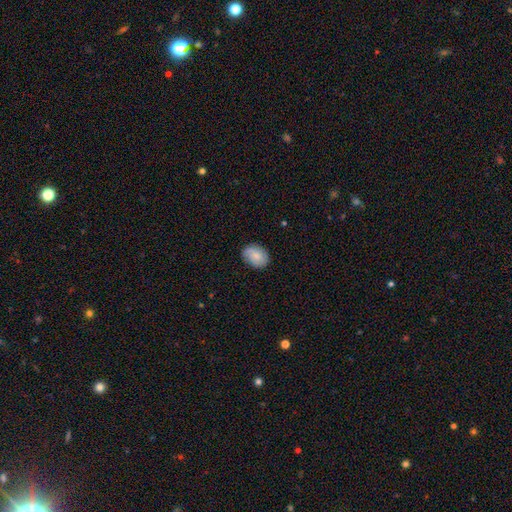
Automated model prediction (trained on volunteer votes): Q: Smooth or featured?
A: smooth (66%); runner-up: featured or disk (27%)
Q: How rounded?
A: in between (65%); runner-up: round (34%)
Q: Merging?
A: none (79%); runner-up: minor disturbance (16%)